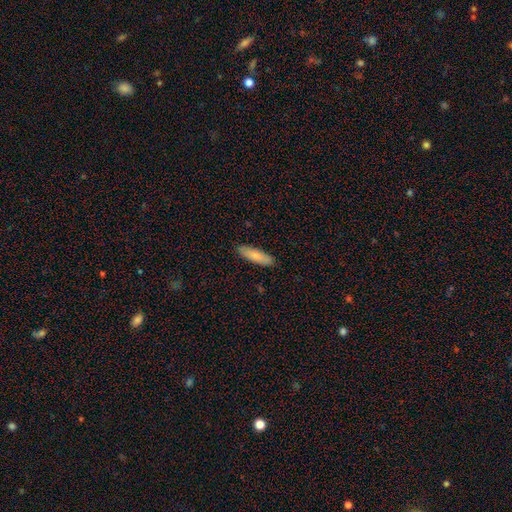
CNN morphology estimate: Q: Smooth or featured?
A: smooth (82%); runner-up: featured or disk (13%)
Q: How rounded?
A: cigar-shaped (60%); runner-up: in between (39%)
Q: Merging?
A: none (89%); runner-up: minor disturbance (9%)